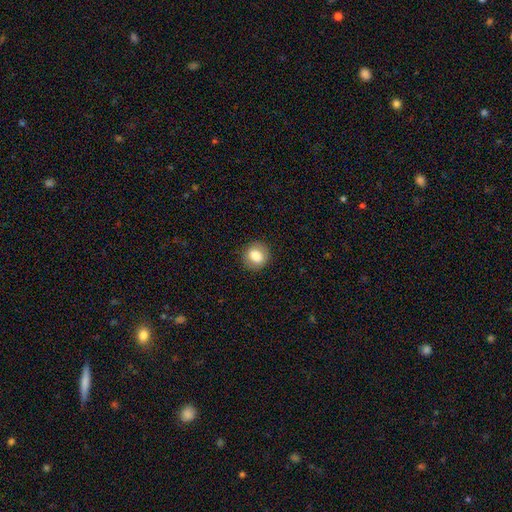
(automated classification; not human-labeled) Smooth or featured? smooth (83%)
How rounded? round (77%)
Merging? none (89%)